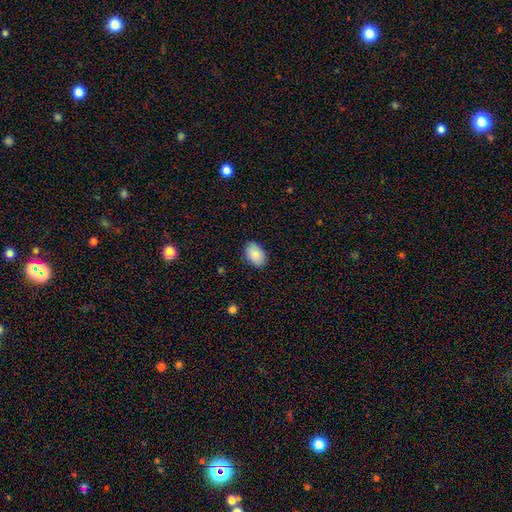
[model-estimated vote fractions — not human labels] Smooth or featured? smooth (89%)
How rounded? in between (87%)
Merging? none (87%)